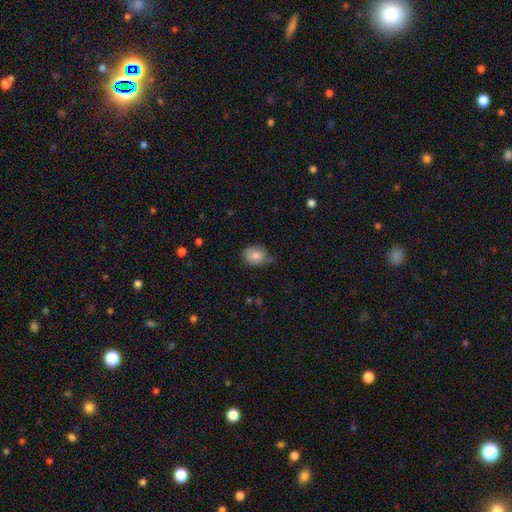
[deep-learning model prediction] smooth 79%, featured or disk 12%, star or artifact 9%. Down the decision tree: how rounded — round (53%); merging — none (60%).